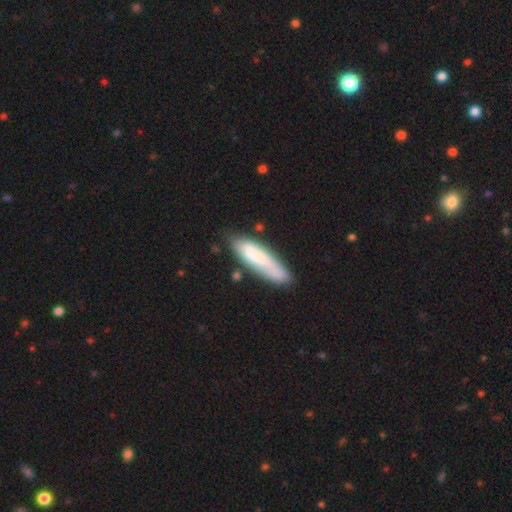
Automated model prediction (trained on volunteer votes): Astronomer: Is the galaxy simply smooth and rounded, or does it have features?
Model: smooth — 73%.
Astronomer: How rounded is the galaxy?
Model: cigar-shaped — 68%.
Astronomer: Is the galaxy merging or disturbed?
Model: none — 67%.